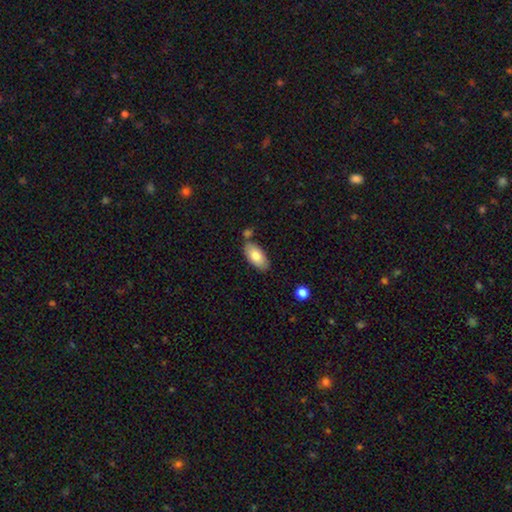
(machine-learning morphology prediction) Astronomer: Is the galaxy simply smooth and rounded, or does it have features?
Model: smooth — 80%.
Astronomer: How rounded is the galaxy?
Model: in between — 93%.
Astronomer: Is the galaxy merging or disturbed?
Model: none — 73%.